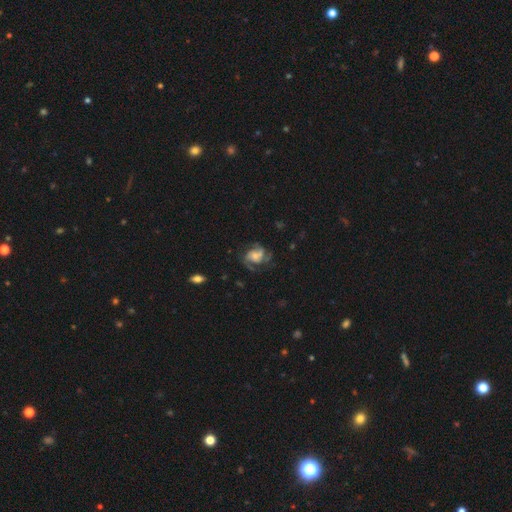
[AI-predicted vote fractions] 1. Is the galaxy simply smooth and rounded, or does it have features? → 82% featured or disk, 11% smooth, 7% star or artifact.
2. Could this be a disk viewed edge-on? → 98% no, 2% yes.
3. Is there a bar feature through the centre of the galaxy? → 64% no, 29% weak, 7% strong.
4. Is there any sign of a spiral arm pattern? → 96% yes, 4% no.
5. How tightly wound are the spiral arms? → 52% medium, 31% tight, 17% loose.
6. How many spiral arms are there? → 41% 3, 32% 2, 11% can't tell, 7% 4, 5% 1, 4% more than 4.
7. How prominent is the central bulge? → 41% moderate, 39% small, 10% large, 8% none, 2% dominant.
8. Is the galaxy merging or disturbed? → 66% none, 18% minor disturbance, 14% major disturbance, 2% merger.